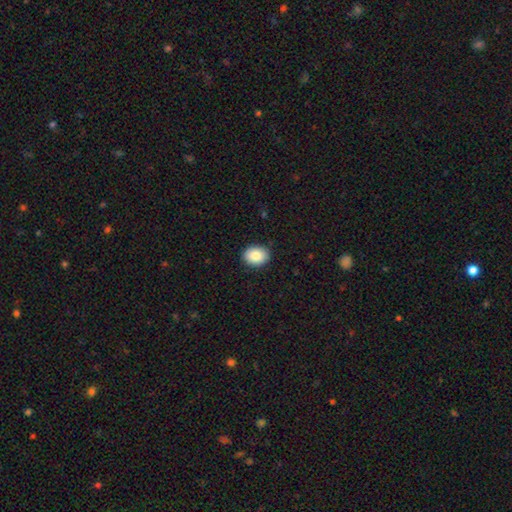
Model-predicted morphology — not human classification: The model was most divided on "how rounded": in between: 60%, round: 40%, cigar-shaped: 1%. More confident: merging — none (90%); smooth or featured — smooth (85%).